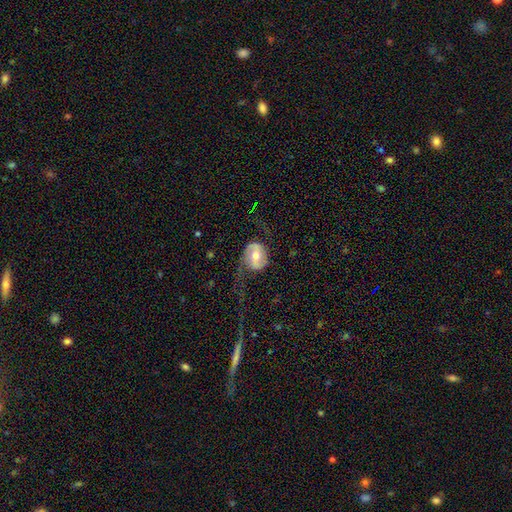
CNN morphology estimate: type=featured or disk (68%); edge-on=no (96%); bar=weak (40%); spiral arms=yes (85%); winding=loose (63%); arm count=2 (87%); bulge=moderate (71%); merging=none (53%).